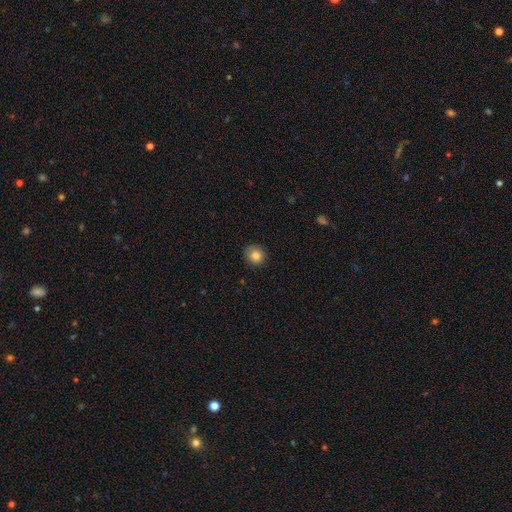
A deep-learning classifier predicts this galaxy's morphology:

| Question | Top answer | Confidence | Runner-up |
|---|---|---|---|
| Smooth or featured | smooth | 83% | star or artifact (10%) |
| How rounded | round | 90% | in between (9%) |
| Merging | none | 85% | minor disturbance (11%) |